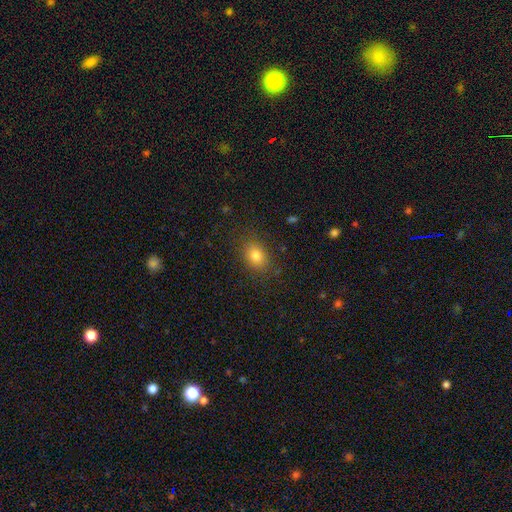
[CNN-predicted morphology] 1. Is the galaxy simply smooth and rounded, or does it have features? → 80% smooth, 11% star or artifact, 9% featured or disk.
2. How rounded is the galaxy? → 73% in between, 25% round, 2% cigar-shaped.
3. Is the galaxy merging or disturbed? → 85% none, 11% minor disturbance, 3% major disturbance, 1% merger.